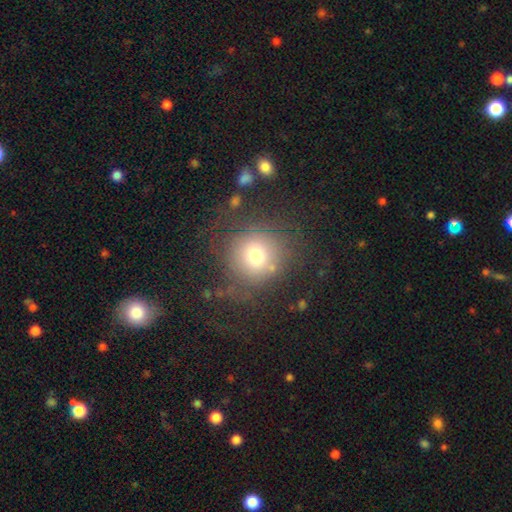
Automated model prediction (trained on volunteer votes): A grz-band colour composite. It shows a smooth galaxy with no disk features (70%) that is round (89%). Merging: none (70%).